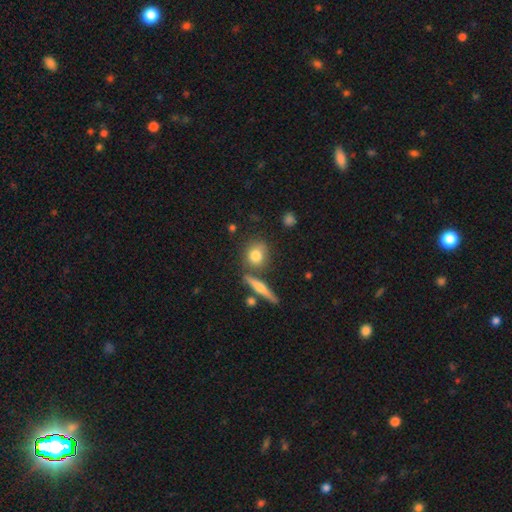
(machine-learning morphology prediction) A smooth galaxy with no disk features (73%) that is round (65%). Merging: none (68%).